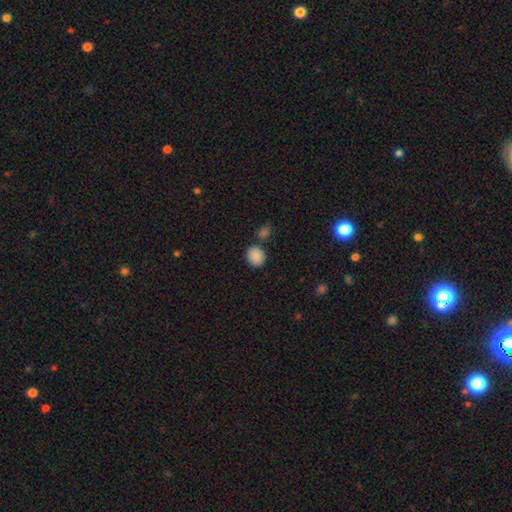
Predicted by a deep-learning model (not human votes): Q: Smooth or featured?
A: smooth (87%); runner-up: star or artifact (9%)
Q: How rounded?
A: round (72%); runner-up: in between (27%)
Q: Merging?
A: none (74%); runner-up: merger (12%)